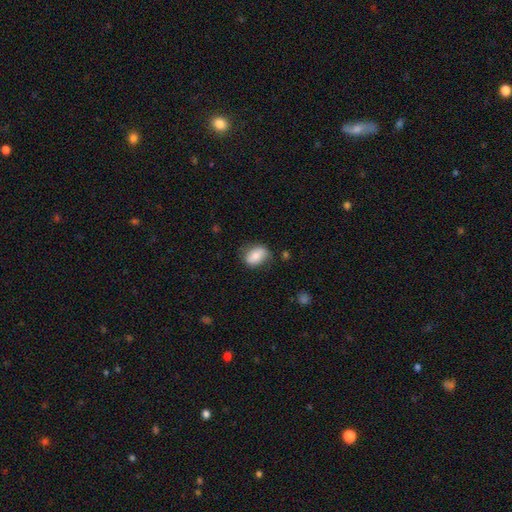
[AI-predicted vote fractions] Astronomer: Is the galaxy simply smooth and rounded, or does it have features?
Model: smooth — 80%.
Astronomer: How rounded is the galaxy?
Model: in between — 83%.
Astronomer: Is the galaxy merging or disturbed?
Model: none — 66%.